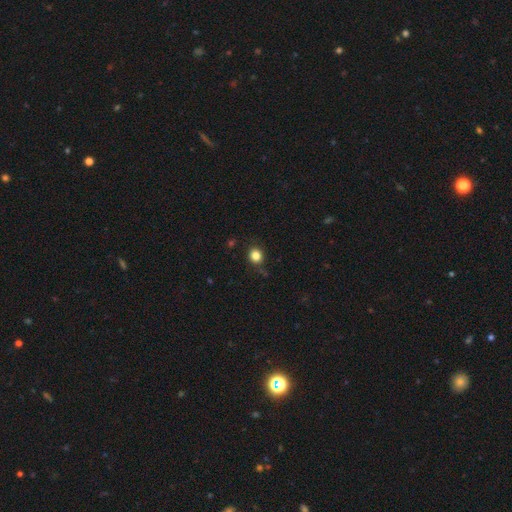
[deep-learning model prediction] A smooth galaxy with no disk features (83%) that is round (85%).

Vote fractions:
- Smooth or featured? smooth: 83% / star or artifact: 12% / featured or disk: 5%
- How rounded? round: 85% / in between: 14% / cigar-shaped: 1%
- Merging? none: 85% / minor disturbance: 10% / major disturbance: 3% / merger: 2%